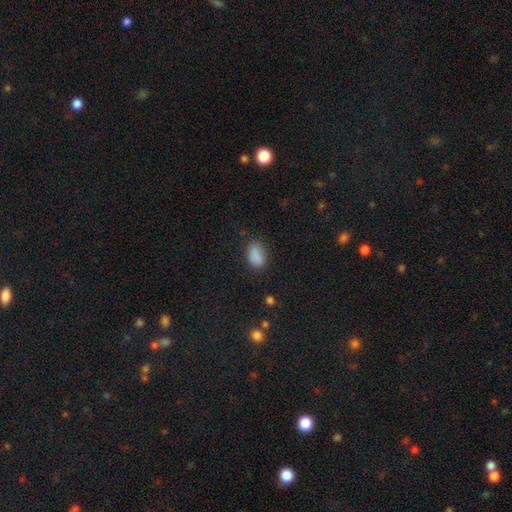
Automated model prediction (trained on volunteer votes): Smooth or featured? smooth (85%)
How rounded? in between (88%)
Merging? none (71%)